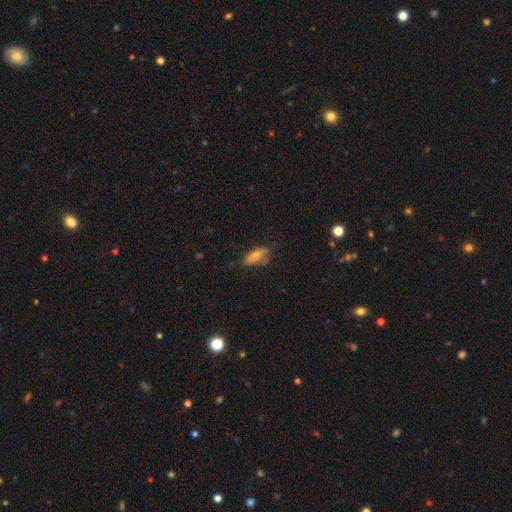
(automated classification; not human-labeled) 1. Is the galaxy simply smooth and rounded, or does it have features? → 73% smooth, 19% featured or disk, 8% star or artifact.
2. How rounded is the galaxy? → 68% in between, 29% cigar-shaped, 3% round.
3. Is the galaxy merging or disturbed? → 61% none, 27% minor disturbance, 8% major disturbance, 4% merger.